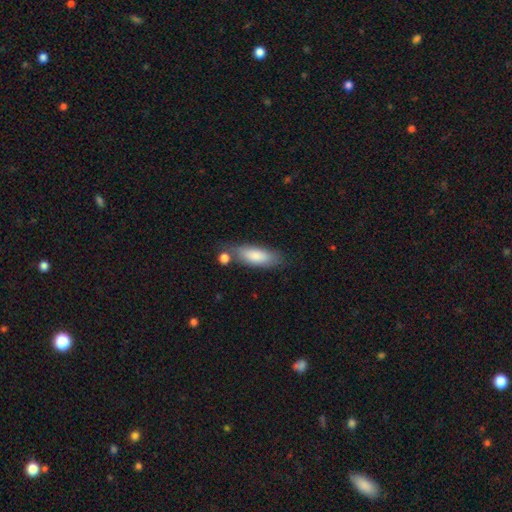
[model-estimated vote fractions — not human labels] Smooth or featured: smooth — 83% (featured or disk — 11%)
How rounded: in between — 71% (cigar-shaped — 27%)
Merging: none — 60% (minor disturbance — 18%)